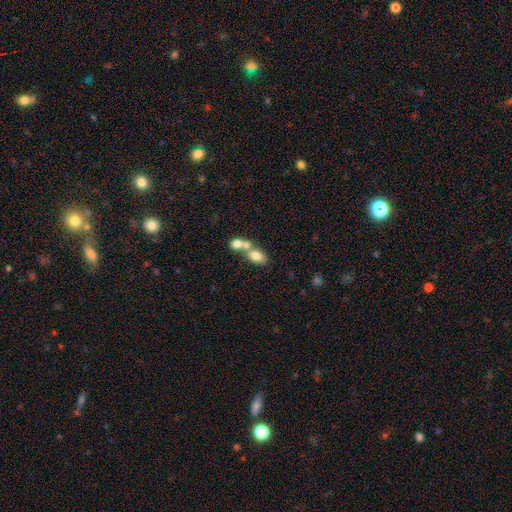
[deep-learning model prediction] smooth_or_featured: smooth (p=0.74) [alt: featured or disk p=0.17]
how_rounded: in between (p=0.75) [alt: round p=0.22]
merging: merger (p=0.61) [alt: none p=0.28]